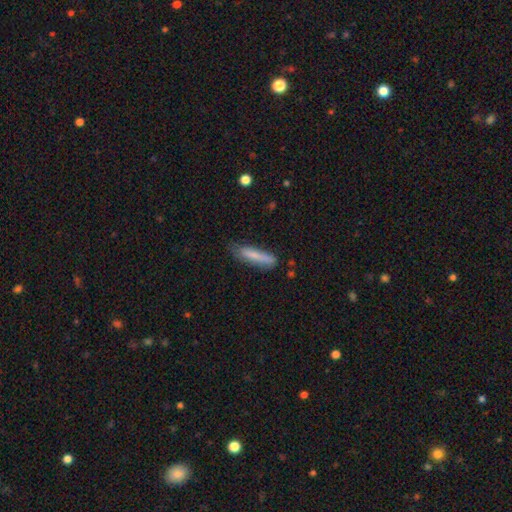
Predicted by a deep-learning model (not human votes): A smooth galaxy with no disk features (73%) that is cigar-shaped (82%). Merging: none (69%).